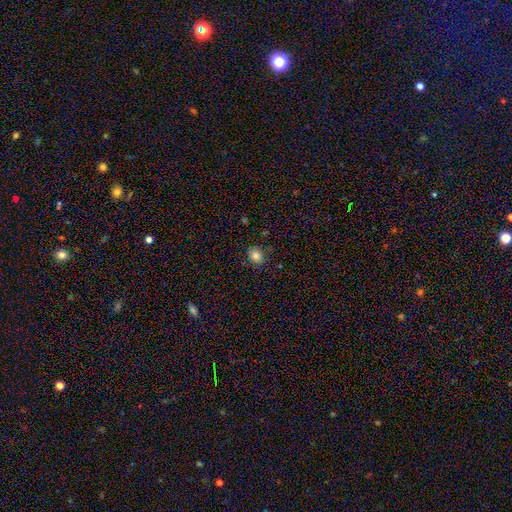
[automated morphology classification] A smooth galaxy with no disk features (83%) that is round (77%).

Vote fractions:
- Smooth or featured? smooth: 83% / star or artifact: 11% / featured or disk: 6%
- How rounded? round: 77% / in between: 22% / cigar-shaped: 1%
- Merging? none: 84% / minor disturbance: 11% / major disturbance: 3% / merger: 2%